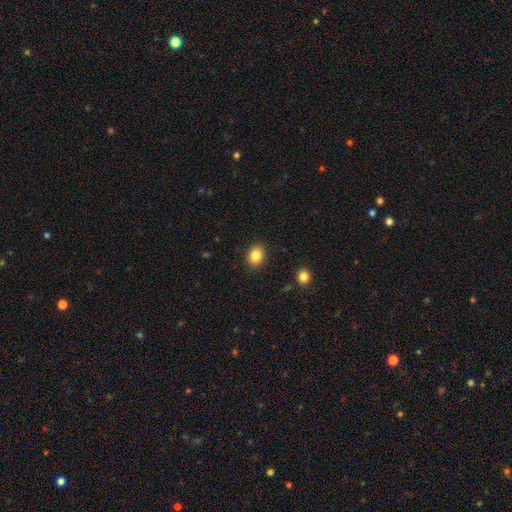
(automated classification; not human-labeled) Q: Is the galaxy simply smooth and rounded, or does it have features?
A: smooth — 85%.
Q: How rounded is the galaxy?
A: in between — 57%.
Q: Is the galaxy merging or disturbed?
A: none — 89%.